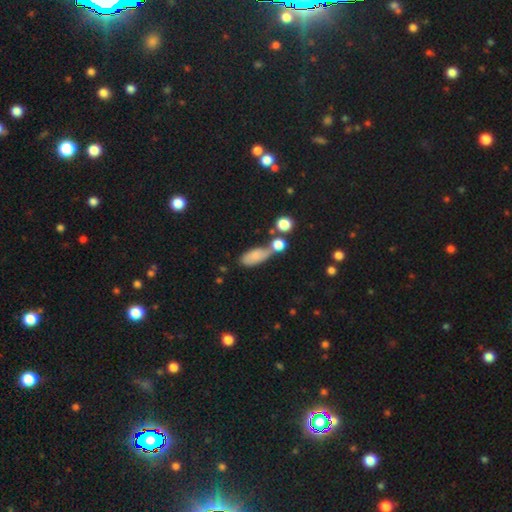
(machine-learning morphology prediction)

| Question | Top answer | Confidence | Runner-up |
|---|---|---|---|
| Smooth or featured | smooth | 77% | featured or disk (13%) |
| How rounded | in between | 75% | cigar-shaped (18%) |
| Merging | none | 41% | merger (28%) |